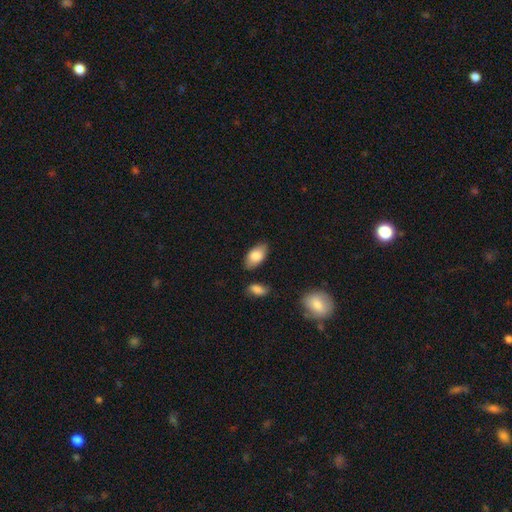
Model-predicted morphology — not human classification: A smooth galaxy with no disk features (83%) that is in between round and cigar-shaped (94%). Merging: none (81%).